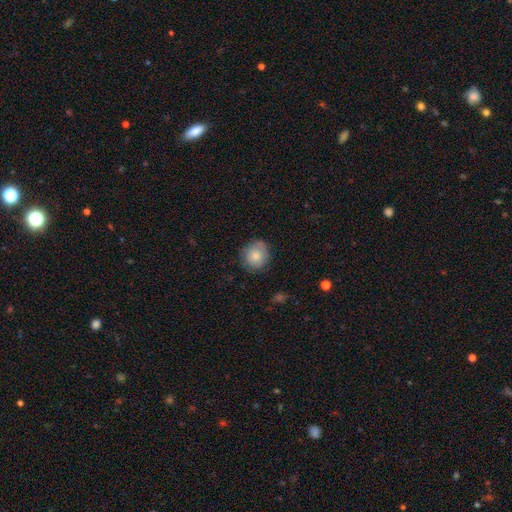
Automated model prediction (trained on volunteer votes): The model was most divided on "merging": none: 78%, minor disturbance: 17%, major disturbance: 4%, merger: 1%. More confident: how rounded — round (87%); smooth or featured — smooth (79%).